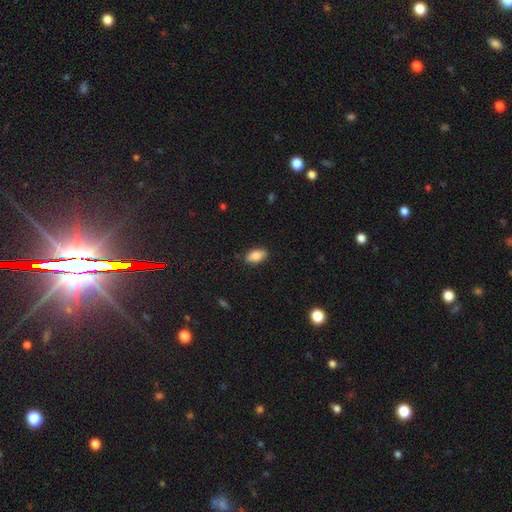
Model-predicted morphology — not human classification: smooth 83%, featured or disk 10%, star or artifact 7%. Down the decision tree: how rounded — in between (91%); merging — none (84%).